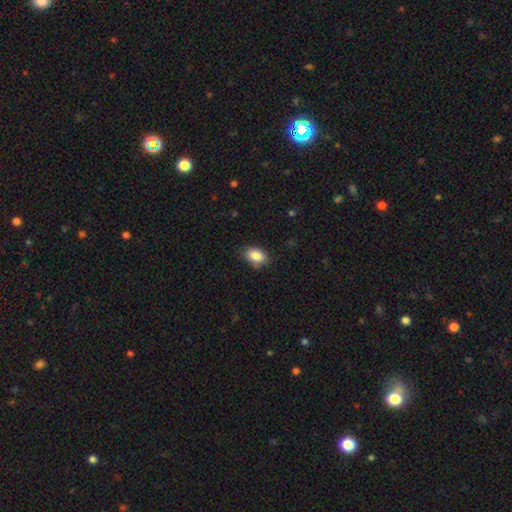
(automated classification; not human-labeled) smooth 87%, star or artifact 8%, featured or disk 6%. Down the decision tree: how rounded — in between (88%); merging — none (81%).